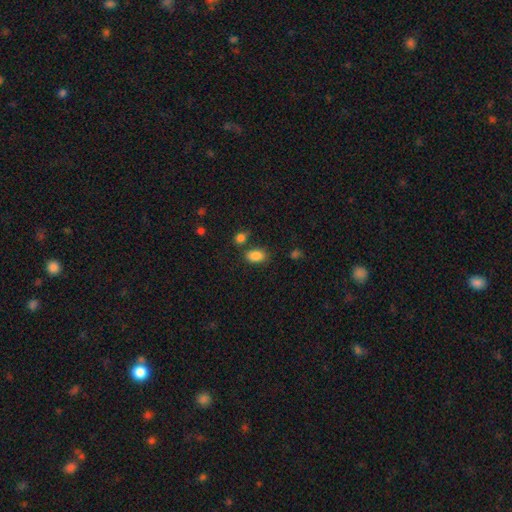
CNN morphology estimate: smooth_or_featured: smooth (p=0.87) [alt: star or artifact p=0.09]
how_rounded: in between (p=0.89) [alt: round p=0.09]
merging: none (p=0.73) [alt: minor disturbance p=0.13]